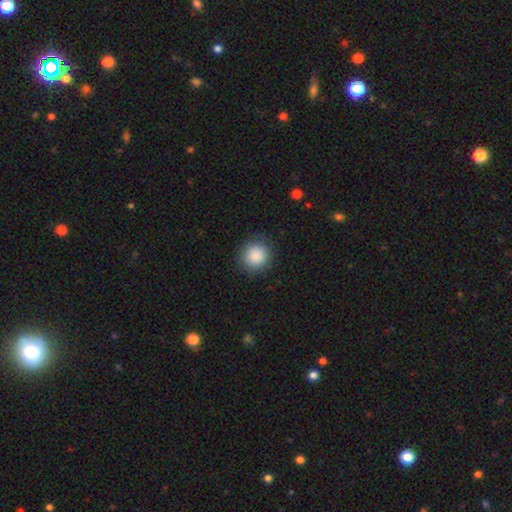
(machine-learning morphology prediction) smooth-or-featured: smooth: 88% | star or artifact: 8% | featured or disk: 3%
  how-rounded: round: 92% | in between: 7% | cigar-shaped: 1%
  merging: none: 89% | minor disturbance: 7% | major disturbance: 2% | merger: 1%